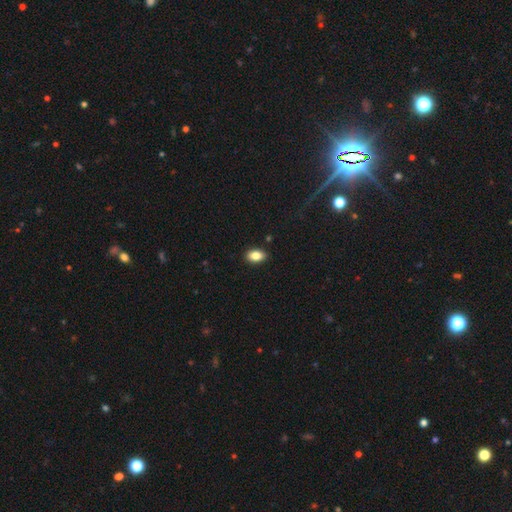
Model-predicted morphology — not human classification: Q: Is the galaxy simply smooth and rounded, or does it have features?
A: smooth — 84%.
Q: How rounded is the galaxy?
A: in between — 88%.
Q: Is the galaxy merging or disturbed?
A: none — 88%.